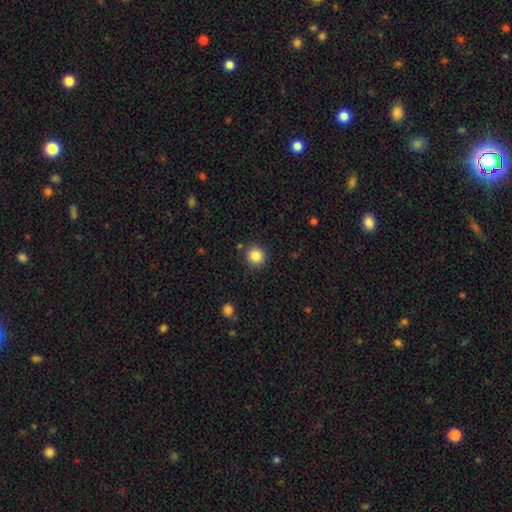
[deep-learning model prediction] Smooth or featured: smooth — 85% (star or artifact — 10%)
How rounded: round — 93% (in between — 6%)
Merging: none — 88% (minor disturbance — 7%)